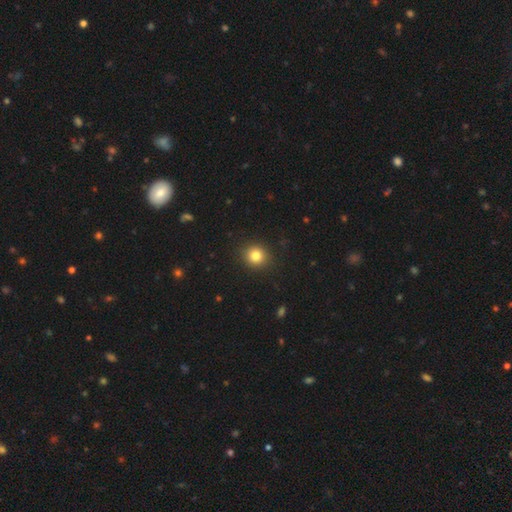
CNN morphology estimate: type=smooth (83%); roundness=round (88%); merging=none (91%).